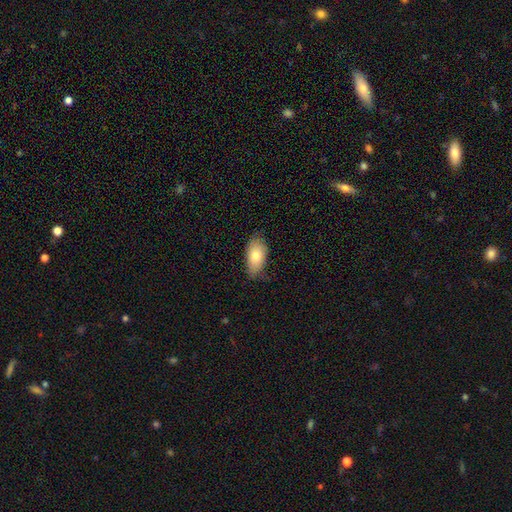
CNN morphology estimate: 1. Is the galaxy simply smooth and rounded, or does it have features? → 77% smooth, 16% featured or disk, 7% star or artifact.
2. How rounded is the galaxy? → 92% in between, 5% round, 3% cigar-shaped.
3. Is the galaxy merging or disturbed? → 73% none, 22% minor disturbance, 4% major disturbance, 1% merger.